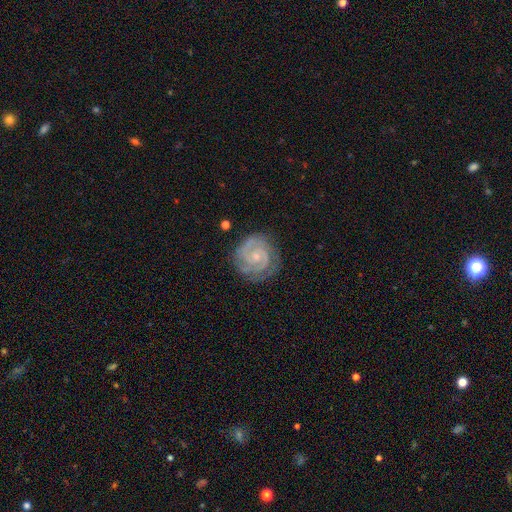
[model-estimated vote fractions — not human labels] Smooth or featured? featured or disk (89%)
Edge-on disk? no (98%)
Bar? no (66%)
Spiral arms? yes (98%)
Spiral winding? tight (72%)
Spiral arm count? 2 (70%)
Bulge size? small (76%)
Merging? none (80%)